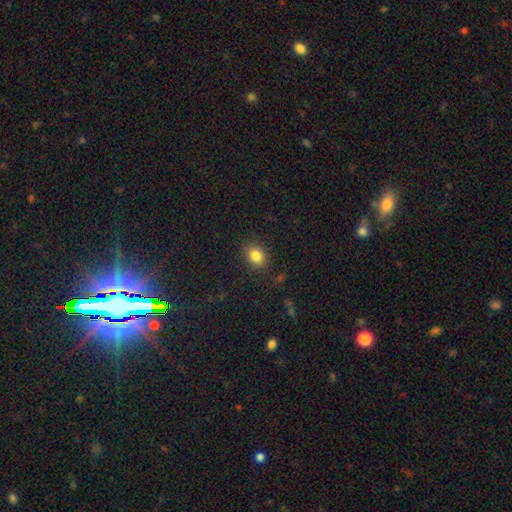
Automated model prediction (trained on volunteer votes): Smooth or featured: smooth — 83% (star or artifact — 11%)
How rounded: in between — 53% (round — 46%)
Merging: none — 86% (minor disturbance — 10%)